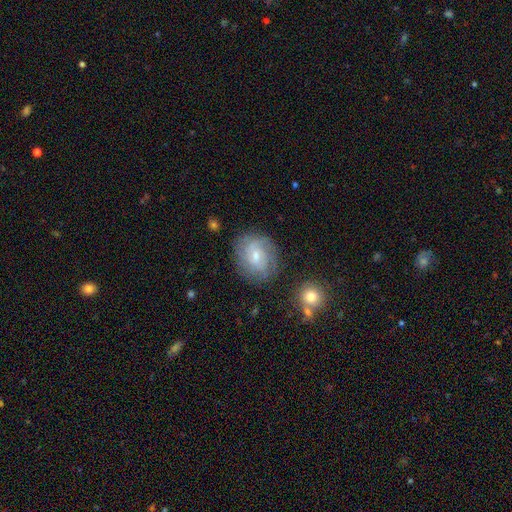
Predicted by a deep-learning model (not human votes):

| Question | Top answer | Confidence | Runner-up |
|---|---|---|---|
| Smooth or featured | featured or disk | 65% | smooth (26%) |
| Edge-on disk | no | 97% | yes (3%) |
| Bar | weak | 54% | no (37%) |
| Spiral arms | yes | 87% | no (13%) |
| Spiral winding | tight | 55% | medium (33%) |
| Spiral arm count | can't tell | 43% | 2 (21%) |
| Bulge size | small | 57% | moderate (38%) |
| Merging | none | 75% | minor disturbance (16%) |